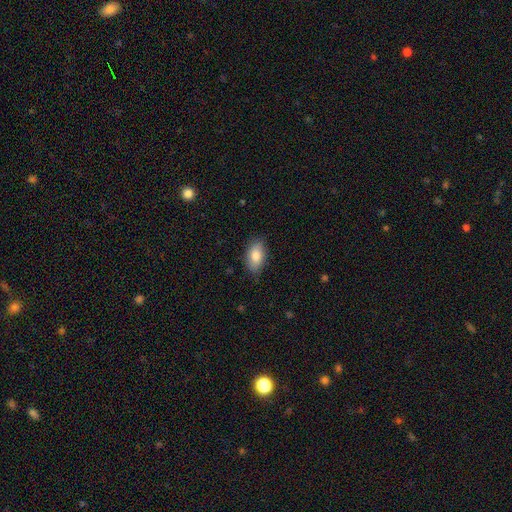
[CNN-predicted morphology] Smooth or featured? Predicted: smooth (p=0.82). How rounded? Predicted: in between (p=0.92). Merging? Predicted: none (p=0.84).